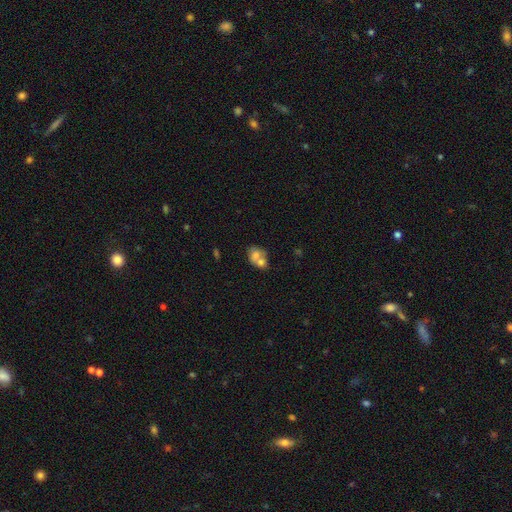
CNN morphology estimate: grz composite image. It shows a smooth galaxy with no disk features (66%) that is in between round and cigar-shaped (57%). Merging: merger (64%).